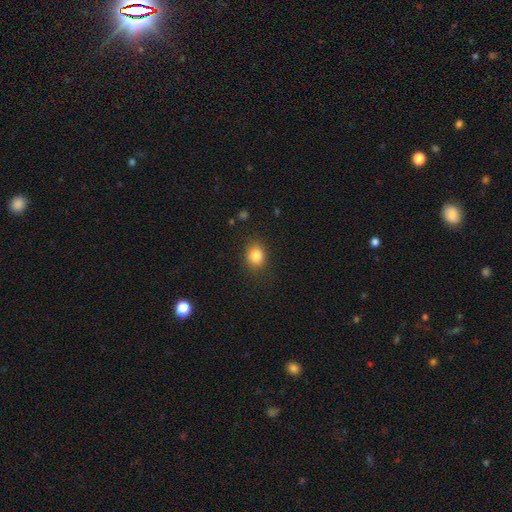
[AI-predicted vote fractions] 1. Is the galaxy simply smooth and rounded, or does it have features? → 83% smooth, 10% star or artifact, 7% featured or disk.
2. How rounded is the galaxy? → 54% round, 45% in between, 1% cigar-shaped.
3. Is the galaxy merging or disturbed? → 84% none, 11% minor disturbance, 3% major disturbance, 1% merger.